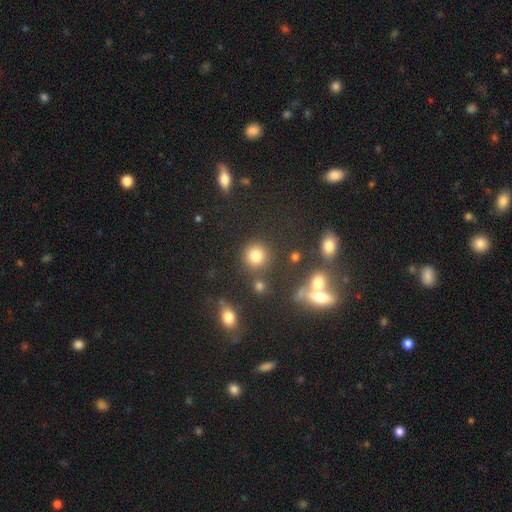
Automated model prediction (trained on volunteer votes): Q: Smooth or featured?
A: smooth (78%); runner-up: star or artifact (15%)
Q: How rounded?
A: round (88%); runner-up: in between (10%)
Q: Merging?
A: none (78%); runner-up: minor disturbance (9%)